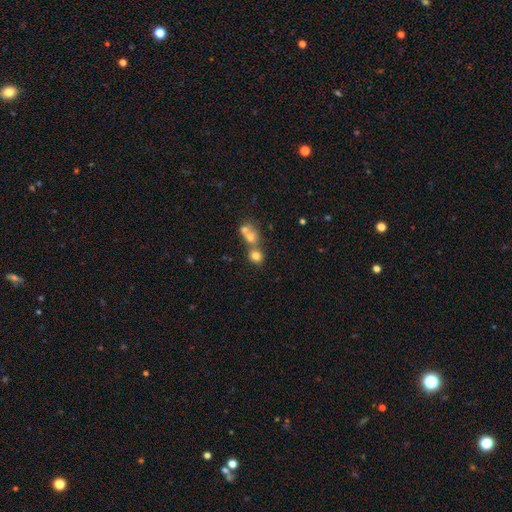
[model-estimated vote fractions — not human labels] smooth 74%, star or artifact 14%, featured or disk 12%. Down the decision tree: how rounded — round (81%); merging — none (47%).